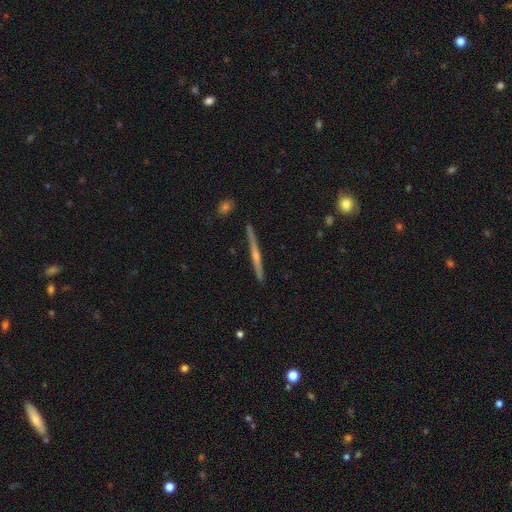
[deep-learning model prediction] A featured or disk galaxy (74%) viewed edge-on (98%) with a rounded central bulge (69%).

Vote fractions:
- Smooth or featured? featured or disk: 74% / smooth: 20% / star or artifact: 6%
- Edge-on disk? yes: 98% / no: 2%
- Edge-on bulge? rounded: 69% / none: 24% / boxy: 6%
- Merging? none: 90% / minor disturbance: 7% / merger: 1% / major disturbance: 1%